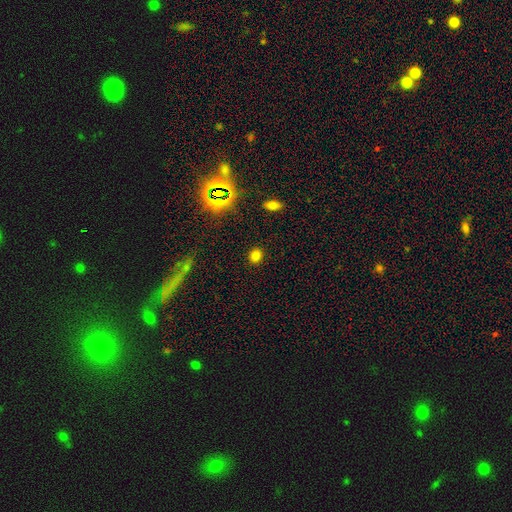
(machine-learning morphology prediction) This is likely a smooth galaxy (76%). How rounded: likely round (62%). Merging: clearly none (88%).